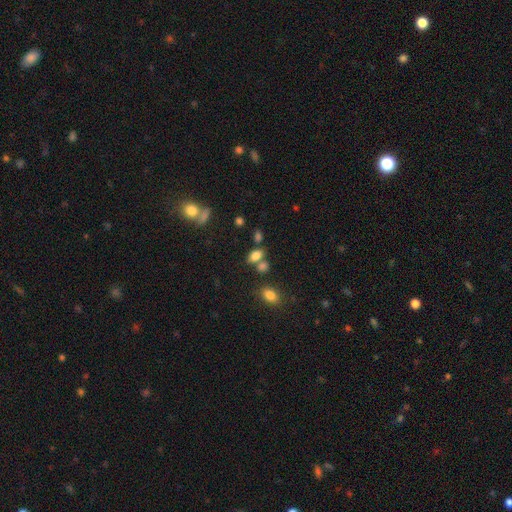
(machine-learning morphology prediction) Smooth or featured? smooth (79%)
How rounded? in between (85%)
Merging? none (55%)